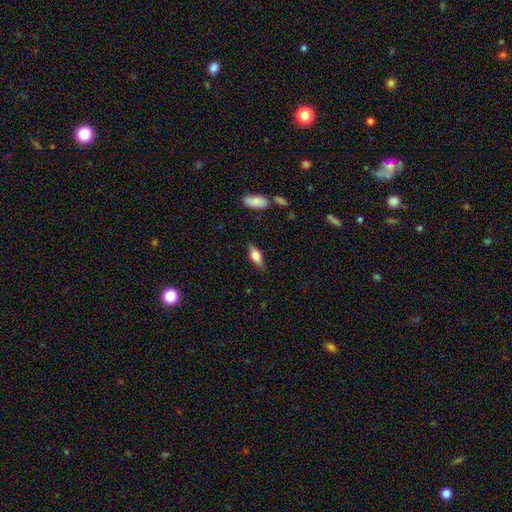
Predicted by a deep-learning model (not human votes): Smooth or featured? smooth (62%)
How rounded? in between (71%)
Merging? none (82%)